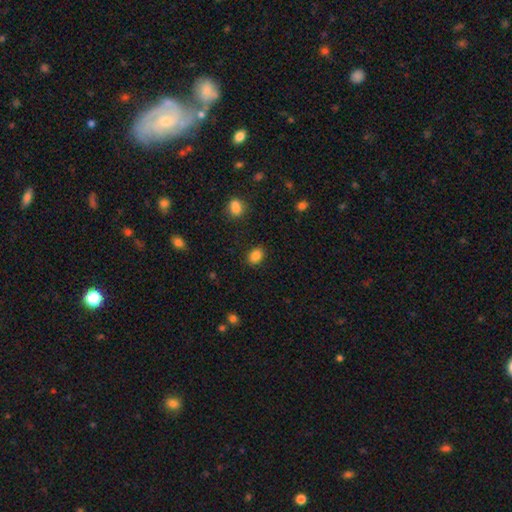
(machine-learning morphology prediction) smooth-or-featured: smooth: 86% | star or artifact: 10% | featured or disk: 4%
  how-rounded: in between: 70% | round: 29% | cigar-shaped: 1%
  merging: none: 87% | minor disturbance: 9% | major disturbance: 3% | merger: 2%